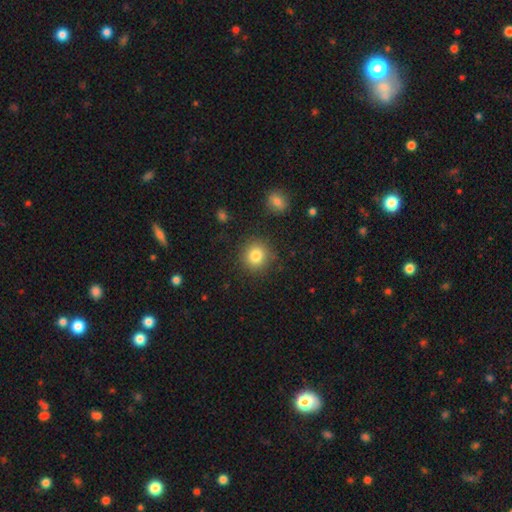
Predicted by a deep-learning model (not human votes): Overall: smooth (83%). How rounded: round (91%). Merging: none (87%).